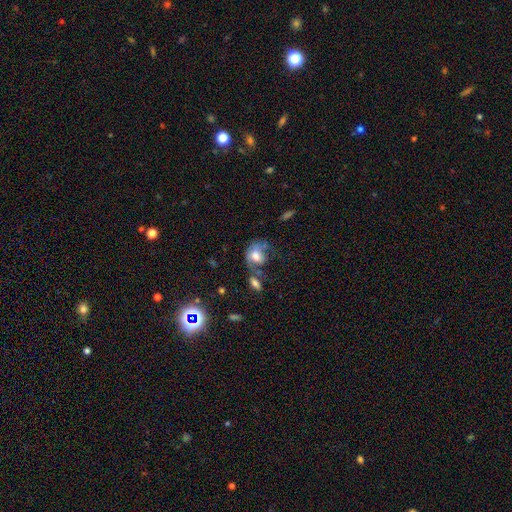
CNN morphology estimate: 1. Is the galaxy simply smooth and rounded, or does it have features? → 60% smooth, 31% featured or disk, 9% star or artifact.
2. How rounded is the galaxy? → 57% in between, 42% round, 2% cigar-shaped.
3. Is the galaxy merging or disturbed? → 30% none, 26% merger, 22% major disturbance, 21% minor disturbance.